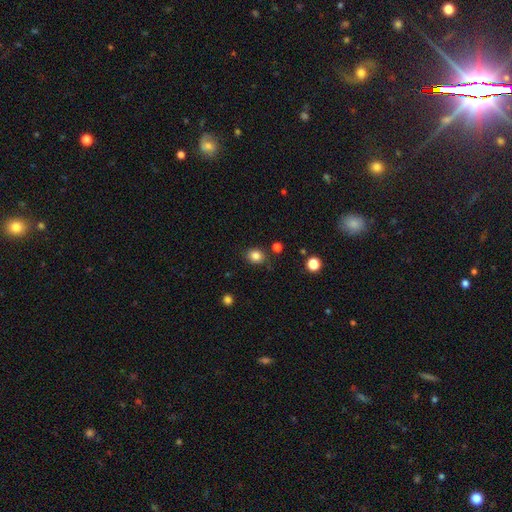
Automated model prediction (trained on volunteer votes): Overall: smooth (83%). How rounded: round (69%; in between 30%). Merging: none (83%).